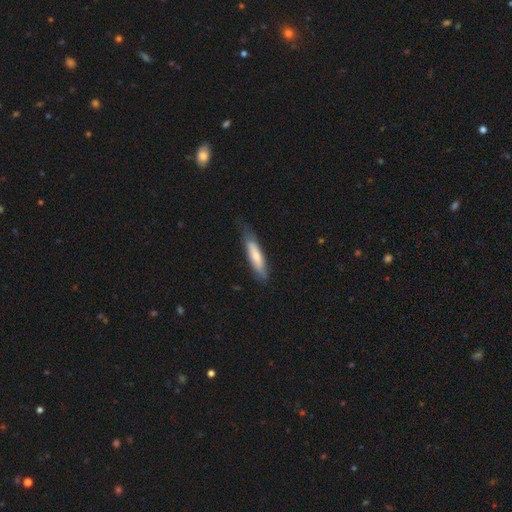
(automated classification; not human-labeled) Smooth or featured?
  - smooth: 69% *
  - featured or disk: 26%
  - star or artifact: 5%
How rounded?
  - cigar-shaped: 73% *
  - in between: 26%
  - round: 1%
Merging?
  - none: 70% *
  - minor disturbance: 24%
  - major disturbance: 6%
  - merger: 1%